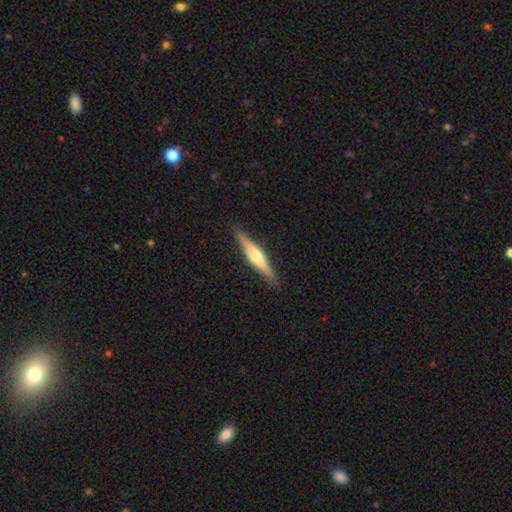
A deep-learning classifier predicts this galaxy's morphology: This appears to be a featured or disk galaxy (64%) viewed edge-on (97%) with a rounded central bulge (82%). Merging: none (90%).